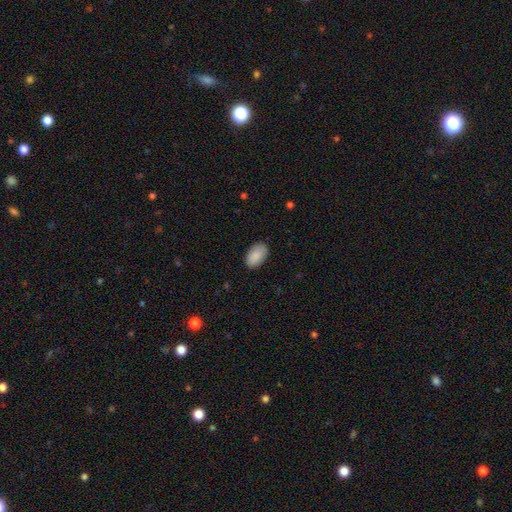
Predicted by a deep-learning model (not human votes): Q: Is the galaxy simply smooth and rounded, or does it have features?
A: smooth — 90%.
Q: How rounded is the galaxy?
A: in between — 94%.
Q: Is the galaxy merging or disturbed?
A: none — 87%.